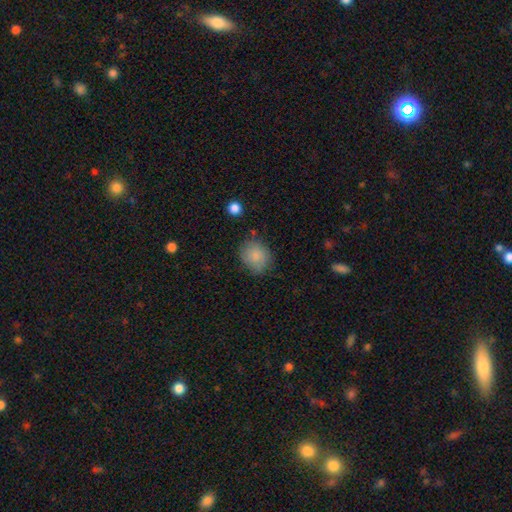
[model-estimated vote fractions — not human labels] A smooth galaxy with no disk features (83%) that is round (70%).

Vote fractions:
- Smooth or featured? smooth: 83% / featured or disk: 9% / star or artifact: 8%
- How rounded? round: 70% / in between: 29% / cigar-shaped: 1%
- Merging? none: 71% / minor disturbance: 21% / major disturbance: 5% / merger: 3%